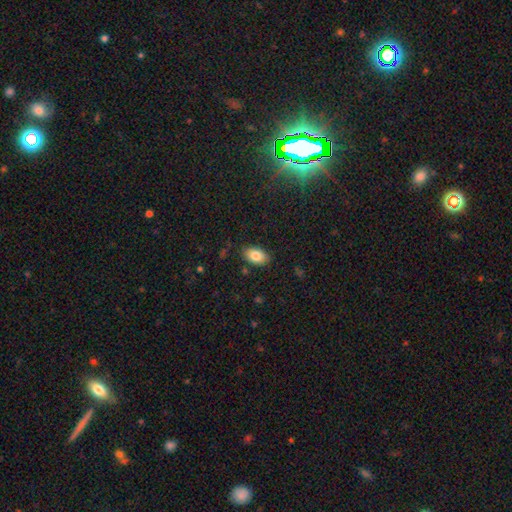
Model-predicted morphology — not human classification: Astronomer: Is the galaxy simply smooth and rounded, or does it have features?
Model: smooth — 83%.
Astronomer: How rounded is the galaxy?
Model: in between — 92%.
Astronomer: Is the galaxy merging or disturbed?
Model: none — 85%.